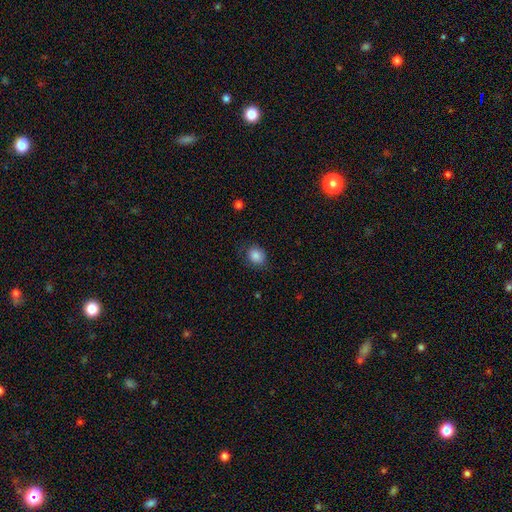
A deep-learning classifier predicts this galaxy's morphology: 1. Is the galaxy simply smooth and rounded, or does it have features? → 85% smooth, 9% star or artifact, 6% featured or disk.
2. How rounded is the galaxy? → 63% round, 36% in between, 1% cigar-shaped.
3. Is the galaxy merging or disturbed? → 74% none, 19% minor disturbance, 6% major disturbance, 1% merger.